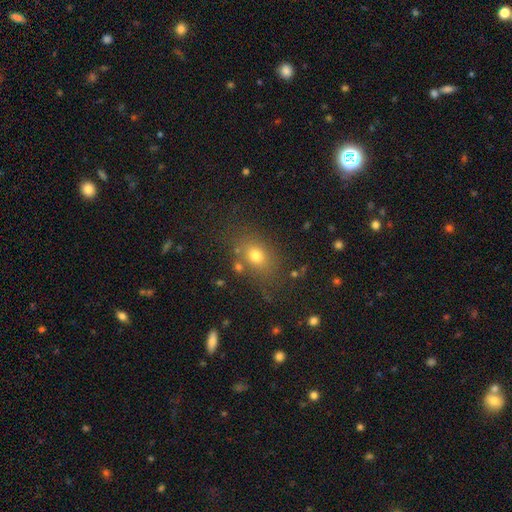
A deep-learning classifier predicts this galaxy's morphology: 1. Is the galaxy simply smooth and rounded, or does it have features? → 70% smooth, 18% star or artifact, 12% featured or disk.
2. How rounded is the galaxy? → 61% in between, 37% round, 2% cigar-shaped.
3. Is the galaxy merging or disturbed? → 77% none, 12% minor disturbance, 5% merger, 5% major disturbance.